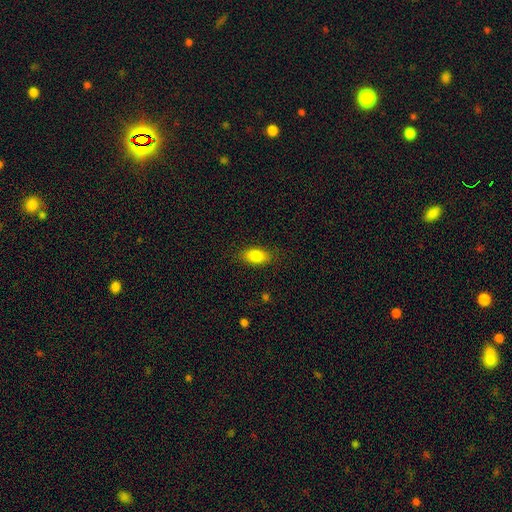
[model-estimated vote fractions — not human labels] This is clearly a smooth galaxy (84%). How rounded: clearly in between (89%). Merging: clearly none (85%).